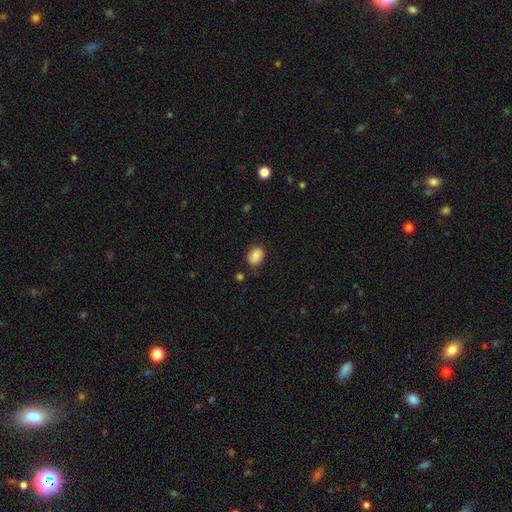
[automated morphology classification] type=smooth (87%); roundness=in between (75%); merging=none (78%).